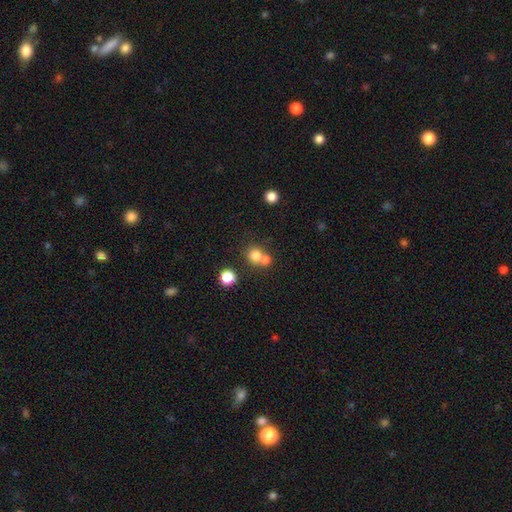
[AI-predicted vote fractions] This appears to be a smooth galaxy with no disk features (77%) that is round (87%). Merging: none (46%).